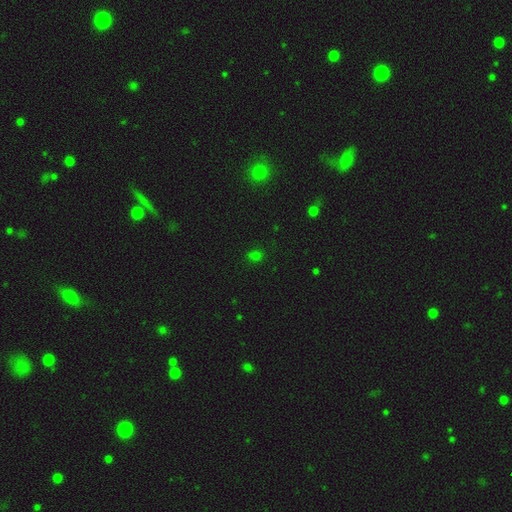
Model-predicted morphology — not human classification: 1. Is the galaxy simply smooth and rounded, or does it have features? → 66% smooth, 29% star or artifact, 5% featured or disk.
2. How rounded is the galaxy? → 67% round, 32% in between, 1% cigar-shaped.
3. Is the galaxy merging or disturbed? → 80% none, 13% minor disturbance, 4% major disturbance, 3% merger.